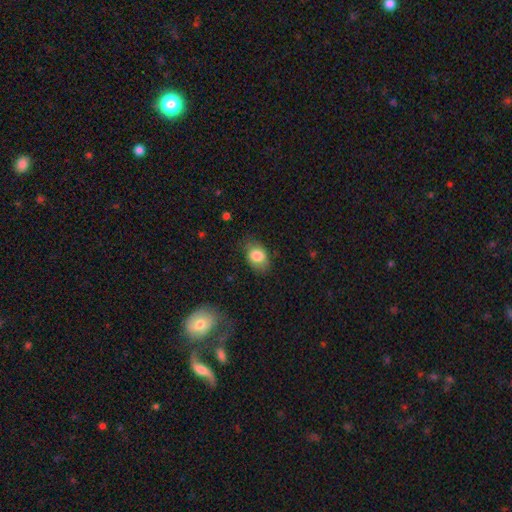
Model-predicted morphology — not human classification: smooth-or-featured: smooth: 81% | featured or disk: 12% | star or artifact: 7%
  how-rounded: in between: 80% | round: 19% | cigar-shaped: 1%
  merging: none: 69% | minor disturbance: 22% | major disturbance: 7% | merger: 1%